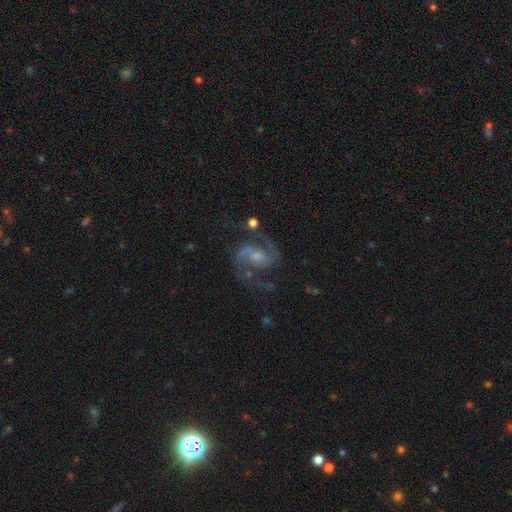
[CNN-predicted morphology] Q: Smooth or featured?
A: featured or disk (91%); runner-up: star or artifact (5%)
Q: Edge-on disk?
A: no (98%); runner-up: yes (2%)
Q: Bar?
A: weak (47%); runner-up: no (37%)
Q: Spiral arms?
A: yes (98%); runner-up: no (2%)
Q: Spiral winding?
A: medium (64%); runner-up: loose (22%)
Q: Spiral arm count?
A: 2 (93%); runner-up: 3 (2%)
Q: Bulge size?
A: small (42%); runner-up: moderate (39%)
Q: Merging?
A: none (72%); runner-up: minor disturbance (15%)